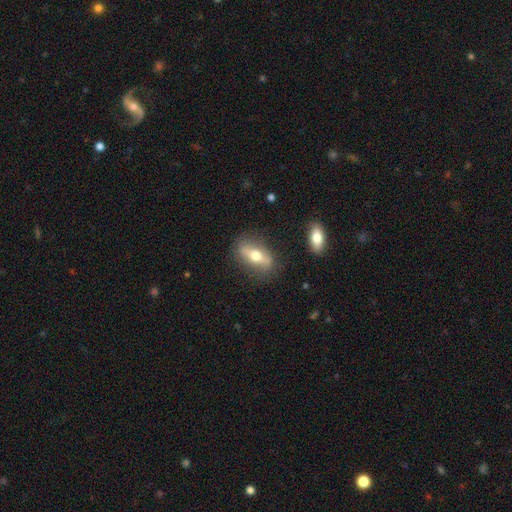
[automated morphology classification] Overall: featured or disk (49%; smooth 44%). Merging: none (80%).